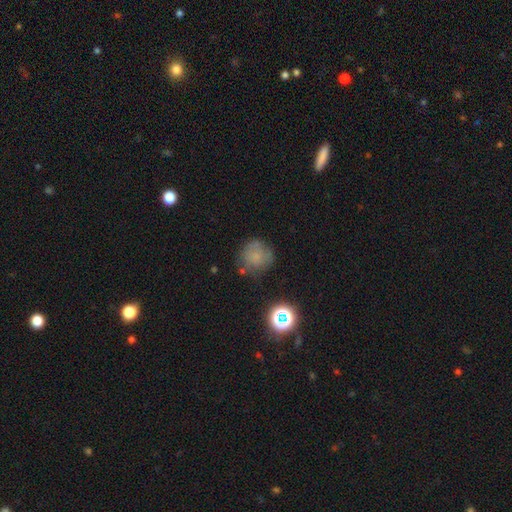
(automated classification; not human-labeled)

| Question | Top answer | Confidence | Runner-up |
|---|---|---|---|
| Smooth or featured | smooth | 66% | featured or disk (19%) |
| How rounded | round | 90% | in between (9%) |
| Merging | none | 63% | minor disturbance (22%) |